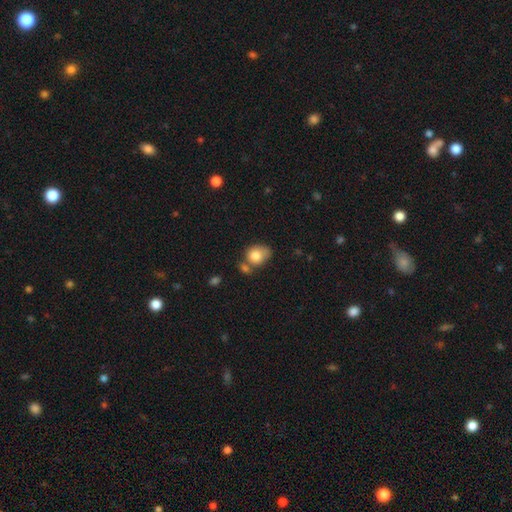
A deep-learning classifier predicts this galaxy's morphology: Smooth or featured: smooth — 80% (featured or disk — 11%)
How rounded: in between — 55% (round — 44%)
Merging: none — 39% (merger — 26%)